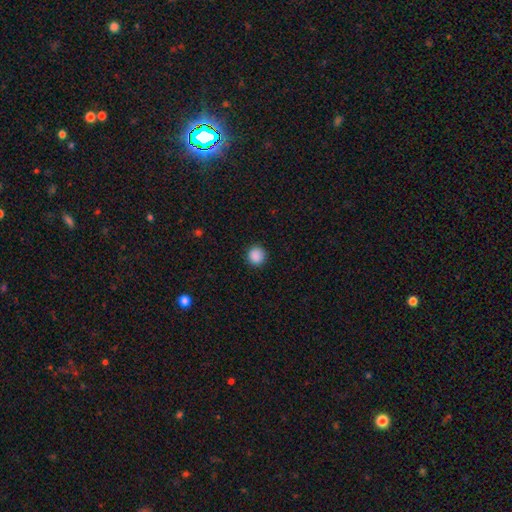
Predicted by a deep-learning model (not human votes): Morphology: type=smooth (89%); roundness=round (91%); merging=none (91%).